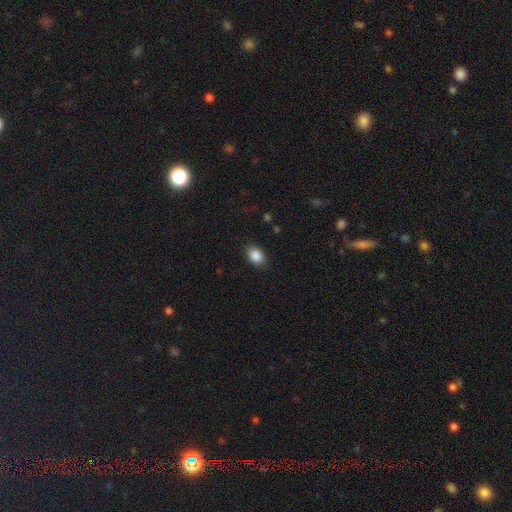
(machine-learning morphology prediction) Smooth or featured? Predicted: smooth (p=0.87). How rounded? Predicted: in between (p=0.76). Merging? Predicted: none (p=0.87).